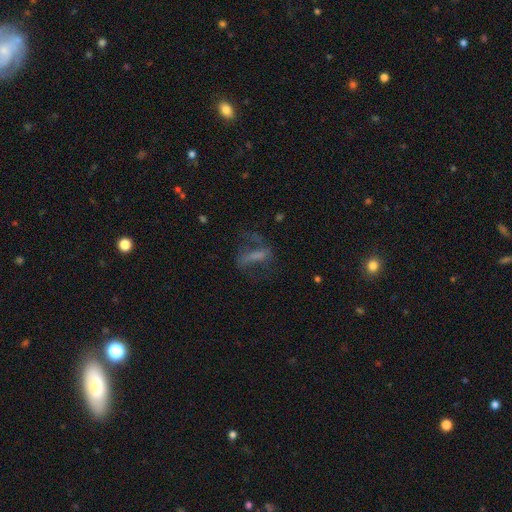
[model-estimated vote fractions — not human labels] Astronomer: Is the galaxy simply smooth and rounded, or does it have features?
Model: featured or disk — 52% (runner-up: smooth, 32%).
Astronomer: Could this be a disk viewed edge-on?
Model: no — 86%.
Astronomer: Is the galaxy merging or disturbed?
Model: none — 47% (runner-up: major disturbance, 31%).